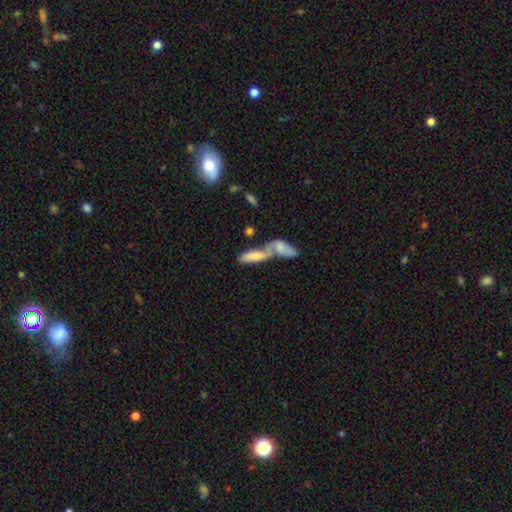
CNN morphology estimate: Q: Smooth or featured?
A: smooth (62%); runner-up: featured or disk (30%)
Q: How rounded?
A: in between (52%); runner-up: cigar-shaped (45%)
Q: Merging?
A: merger (65%); runner-up: none (21%)